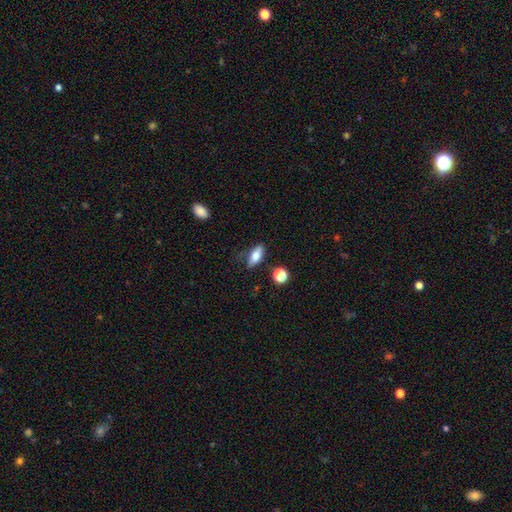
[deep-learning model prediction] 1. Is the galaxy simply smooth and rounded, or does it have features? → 71% smooth, 21% featured or disk, 8% star or artifact.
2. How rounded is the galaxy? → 73% in between, 22% cigar-shaped, 5% round.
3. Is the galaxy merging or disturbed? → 70% none, 21% minor disturbance, 6% major disturbance, 3% merger.